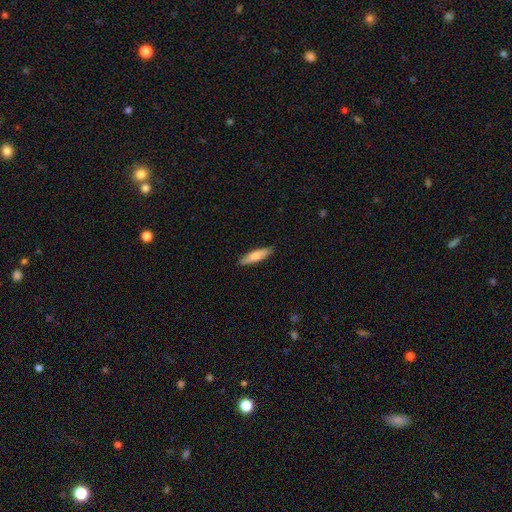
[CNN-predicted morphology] Overall: smooth (76%). How rounded: cigar-shaped (69%; in between 30%). Merging: none (87%).